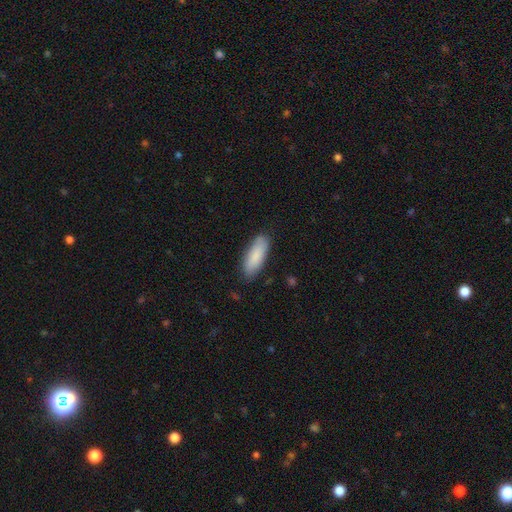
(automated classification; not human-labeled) Smooth or featured? smooth (86%)
How rounded? in between (65%)
Merging? none (83%)